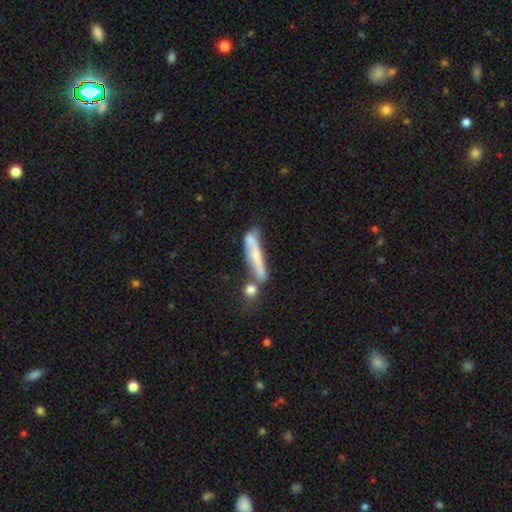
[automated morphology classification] type=smooth (49%); merging=none (35%).